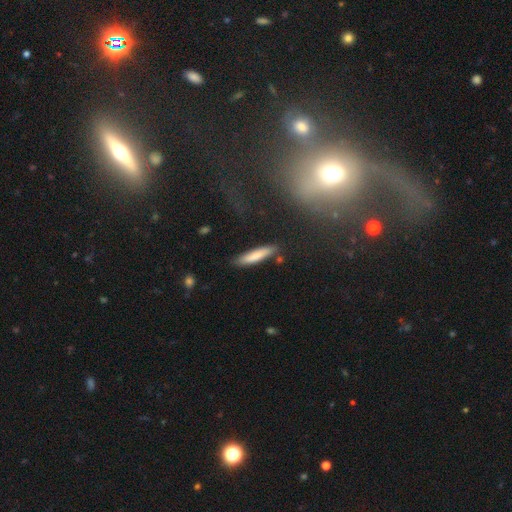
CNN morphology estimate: Smooth or featured? Predicted: smooth (p=0.75). How rounded? Predicted: cigar-shaped (p=0.85). Merging? Predicted: none (p=0.81).